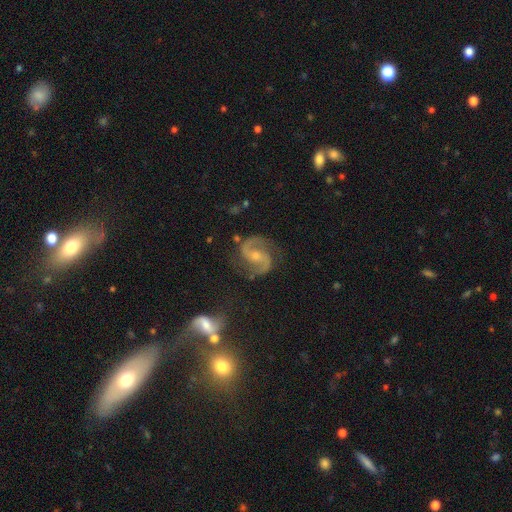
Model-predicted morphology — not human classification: This appears to be a featured or disk galaxy (90%) with no bar (42%), 2 (94%) medium (60%) spiral arms (98%) and a small central bulge (49%). Merging: none (79%).